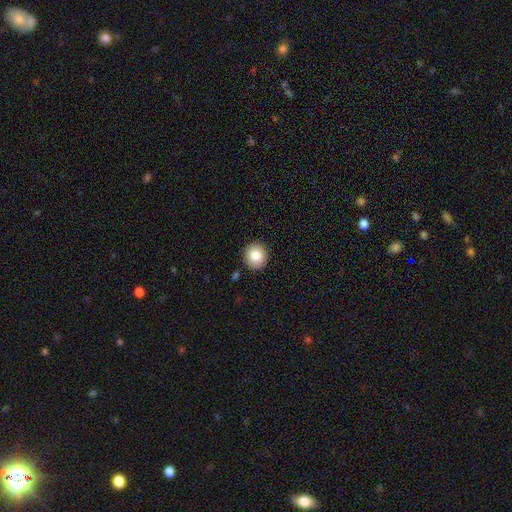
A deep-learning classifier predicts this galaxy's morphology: This is clearly a smooth galaxy (83%). How rounded: clearly round (86%). Merging: clearly none (90%).